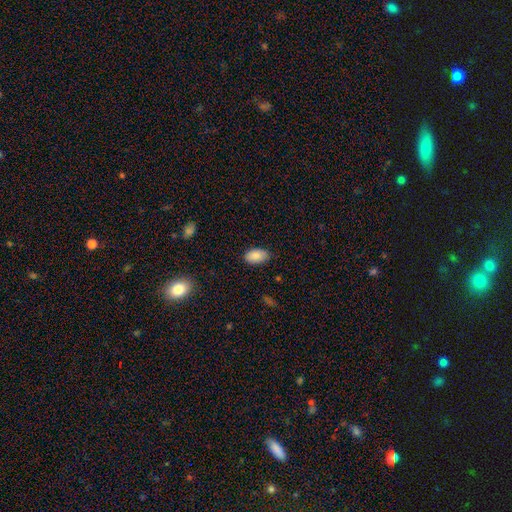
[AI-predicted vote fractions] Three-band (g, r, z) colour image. It shows a smooth galaxy with no disk features (88%) that is in between round and cigar-shaped (93%). Merging: none (82%).